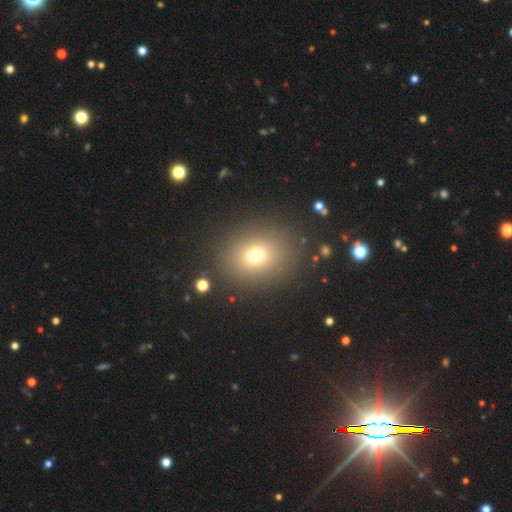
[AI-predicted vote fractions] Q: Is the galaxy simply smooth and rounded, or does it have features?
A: smooth — 70%.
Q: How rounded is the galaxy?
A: round — 66%.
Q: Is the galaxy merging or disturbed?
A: none — 86%.